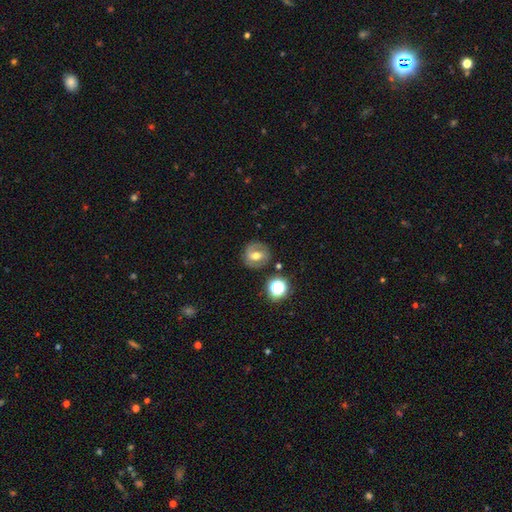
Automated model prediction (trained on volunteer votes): A featured or disk galaxy (51%). Merging: none (80%).